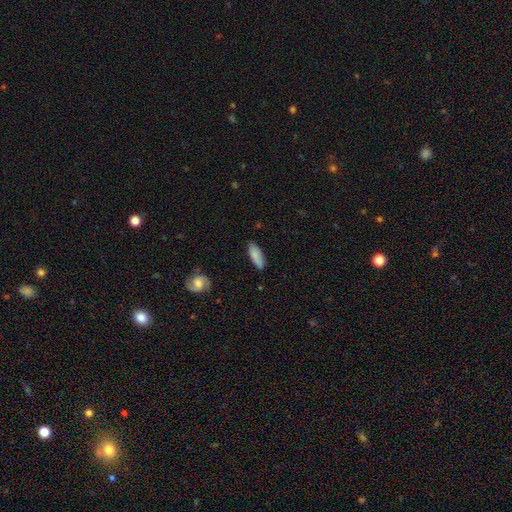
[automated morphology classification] smooth_or_featured: smooth (p=0.82) [alt: featured or disk p=0.12]
how_rounded: in between (p=0.63) [alt: cigar-shaped p=0.36]
merging: none (p=0.81) [alt: minor disturbance p=0.15]